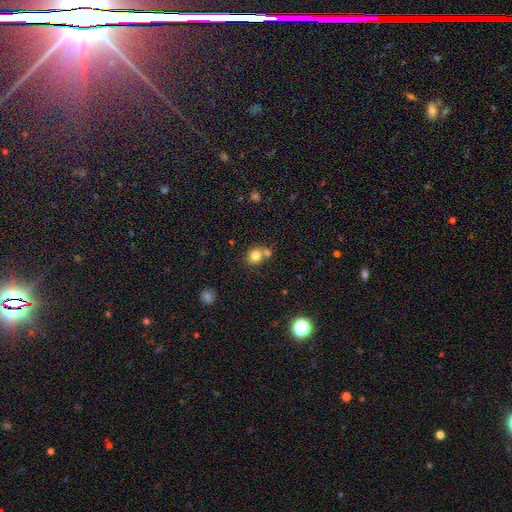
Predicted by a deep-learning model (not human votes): smooth_or_featured: smooth (p=0.80) [alt: star or artifact p=0.12]
how_rounded: round (p=0.76) [alt: in between p=0.23]
merging: none (p=0.58) [alt: merger p=0.30]